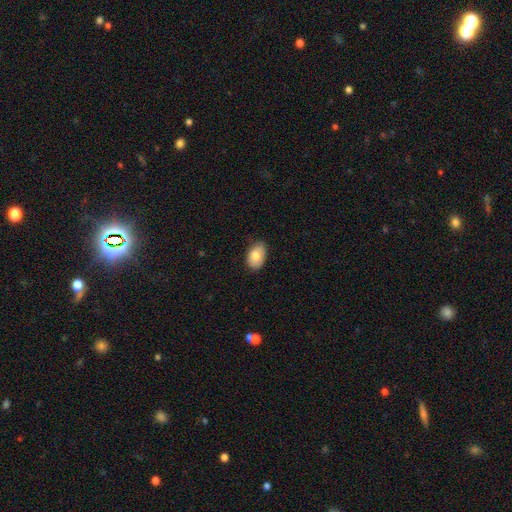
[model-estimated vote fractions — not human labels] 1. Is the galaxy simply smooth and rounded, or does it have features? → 79% smooth, 14% featured or disk, 7% star or artifact.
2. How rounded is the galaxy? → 89% in between, 10% round, 1% cigar-shaped.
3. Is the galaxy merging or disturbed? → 71% none, 25% minor disturbance, 4% major disturbance, 1% merger.